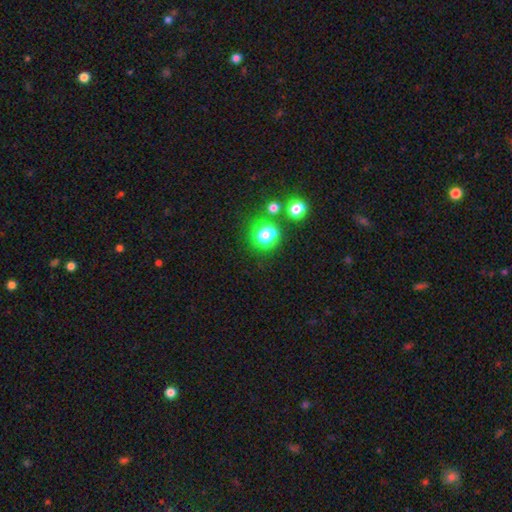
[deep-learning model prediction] star or artifact 56%, smooth 38%, featured or disk 6%.